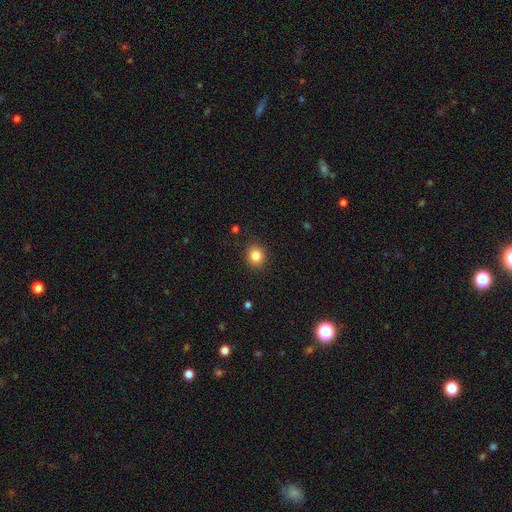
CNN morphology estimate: Q: Smooth or featured?
A: smooth (84%); runner-up: star or artifact (11%)
Q: How rounded?
A: round (81%); runner-up: in between (18%)
Q: Merging?
A: none (90%); runner-up: minor disturbance (7%)